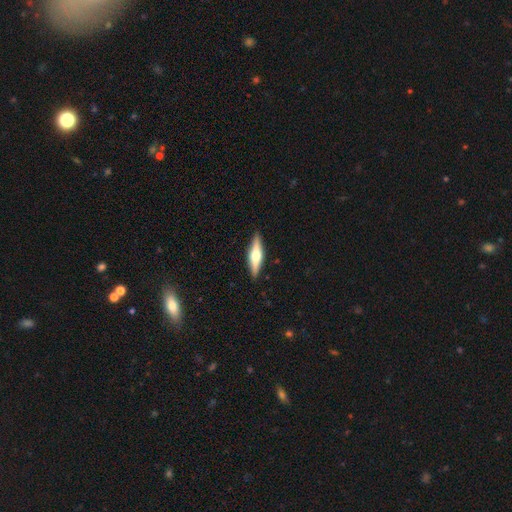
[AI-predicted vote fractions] Q: Smooth or featured?
A: featured or disk (61%); runner-up: smooth (33%)
Q: Edge-on disk?
A: yes (95%); runner-up: no (5%)
Q: Edge-on bulge?
A: rounded (92%); runner-up: boxy (5%)
Q: Merging?
A: none (90%); runner-up: minor disturbance (8%)